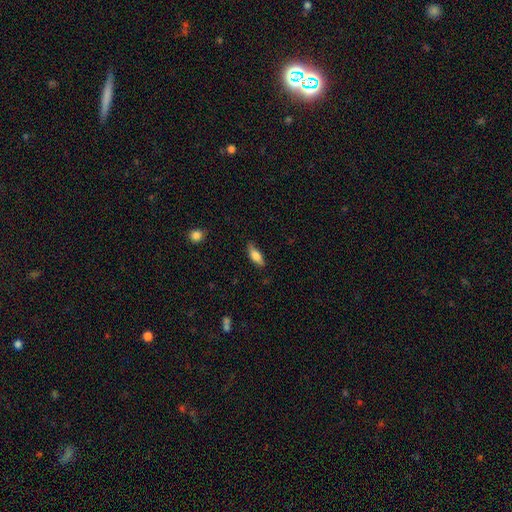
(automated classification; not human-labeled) Overall: smooth (75%). How rounded: in between (69%). Merging: none (76%).